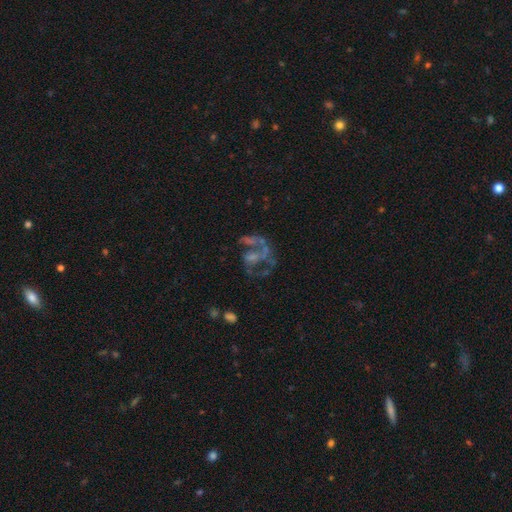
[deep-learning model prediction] Morphology: type=featured or disk (66%); edge-on=no (98%); bar=no (76%); spiral arms=no (57%); bulge=none (59%); merging=major disturbance (38%).